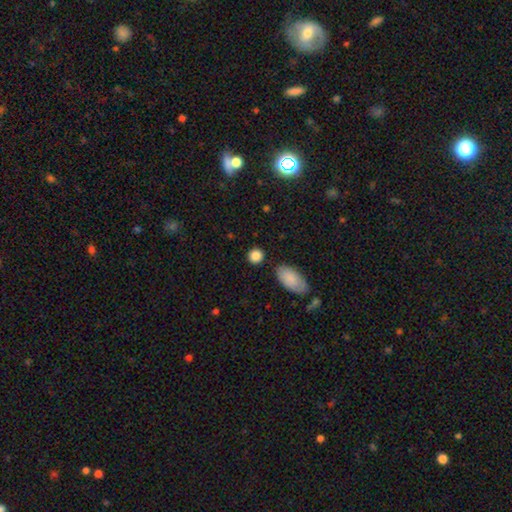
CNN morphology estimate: Smooth or featured: smooth — 86% (star or artifact — 9%)
How rounded: round — 83% (in between — 15%)
Merging: none — 84% (minor disturbance — 9%)